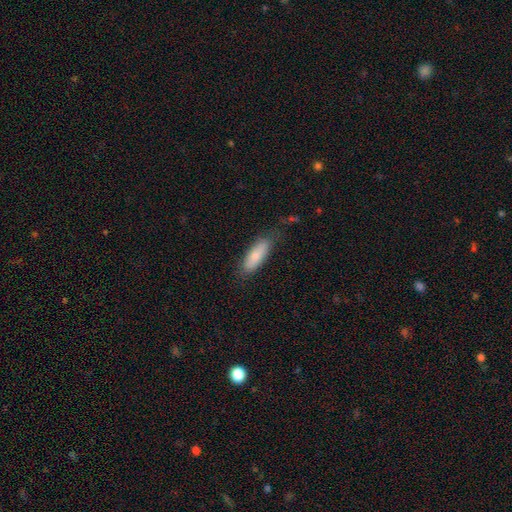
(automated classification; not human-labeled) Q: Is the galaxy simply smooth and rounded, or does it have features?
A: smooth — 81%.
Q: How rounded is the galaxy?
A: in between — 60%.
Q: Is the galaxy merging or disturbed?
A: none — 76%.